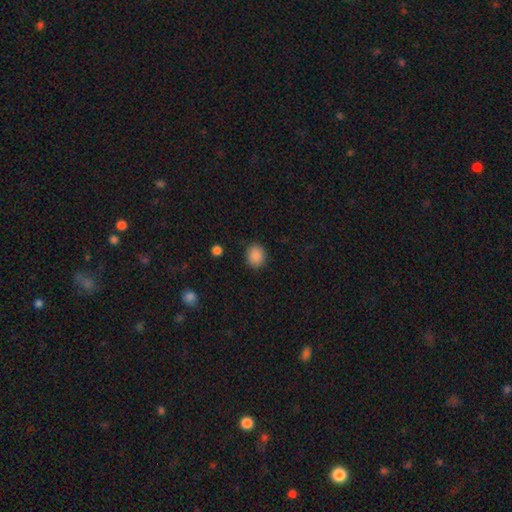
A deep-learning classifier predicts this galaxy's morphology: Smooth or featured? smooth (88%)
How rounded? round (73%)
Merging? none (88%)